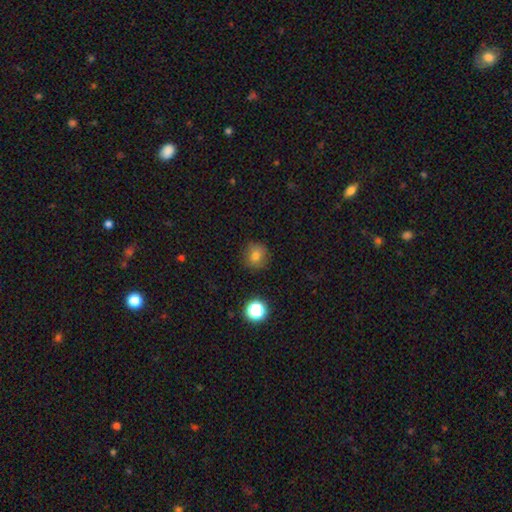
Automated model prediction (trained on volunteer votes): Q: Smooth or featured?
A: smooth (78%); runner-up: star or artifact (14%)
Q: How rounded?
A: round (88%); runner-up: in between (11%)
Q: Merging?
A: none (85%); runner-up: minor disturbance (10%)